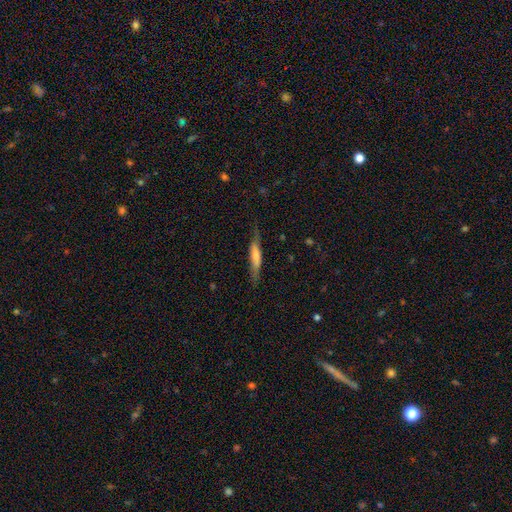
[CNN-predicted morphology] smooth-or-featured: smooth: 53% | featured or disk: 41% | star or artifact: 6%
  how-rounded: cigar-shaped: 86% | in between: 12% | round: 2%
  merging: none: 73% | minor disturbance: 19% | major disturbance: 6% | merger: 2%